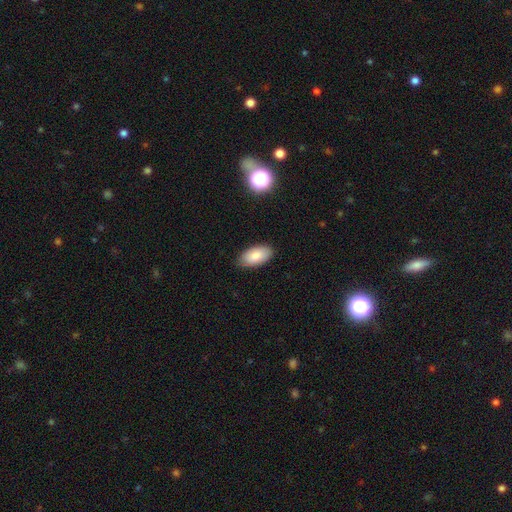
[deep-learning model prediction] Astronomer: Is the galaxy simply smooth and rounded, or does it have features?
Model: smooth — 84%.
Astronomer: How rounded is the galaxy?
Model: in between — 95%.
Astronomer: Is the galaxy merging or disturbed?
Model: none — 84%.